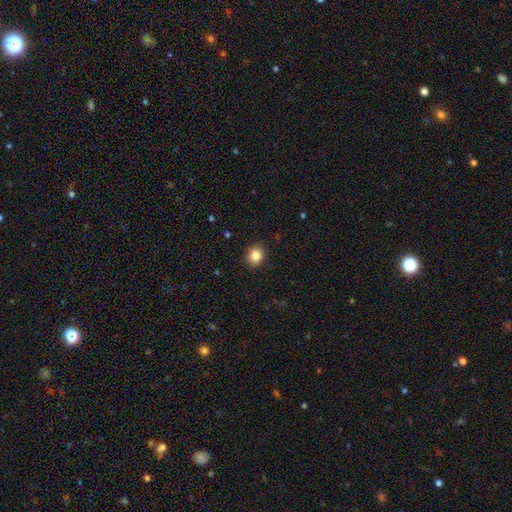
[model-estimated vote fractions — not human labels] Smooth or featured: smooth — 85% (star or artifact — 10%)
How rounded: round — 70% (in between — 29%)
Merging: none — 89% (minor disturbance — 8%)